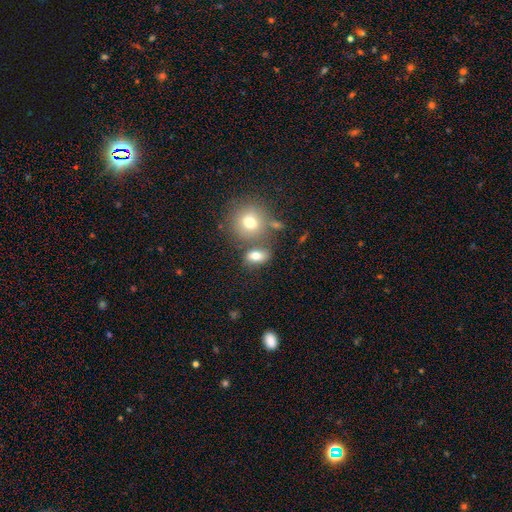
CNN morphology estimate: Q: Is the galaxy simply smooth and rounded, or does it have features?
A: smooth — 75%.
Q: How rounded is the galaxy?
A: in between — 72%.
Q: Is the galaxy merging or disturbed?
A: none — 59%.